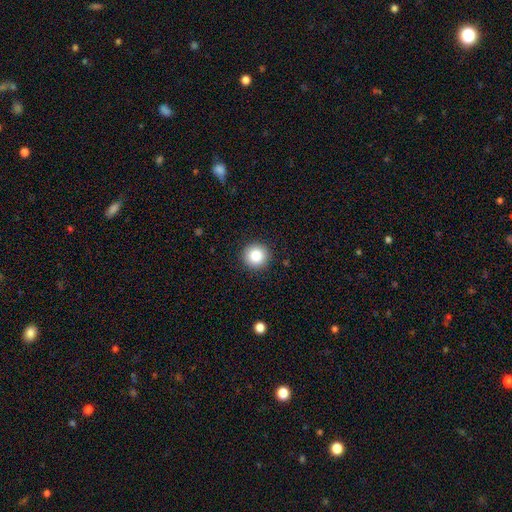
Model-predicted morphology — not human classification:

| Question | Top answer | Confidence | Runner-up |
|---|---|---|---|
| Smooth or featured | smooth | 85% | star or artifact (9%) |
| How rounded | round | 95% | in between (4%) |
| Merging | none | 92% | minor disturbance (5%) |